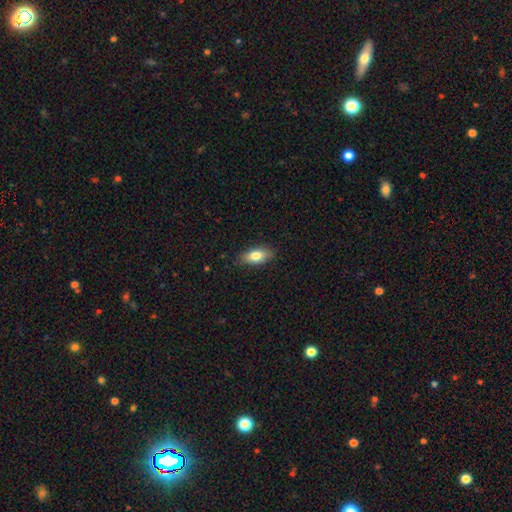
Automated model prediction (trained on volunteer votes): Smooth or featured? Predicted: smooth (p=0.79). How rounded? Predicted: in between (p=0.86). Merging? Predicted: none (p=0.84).